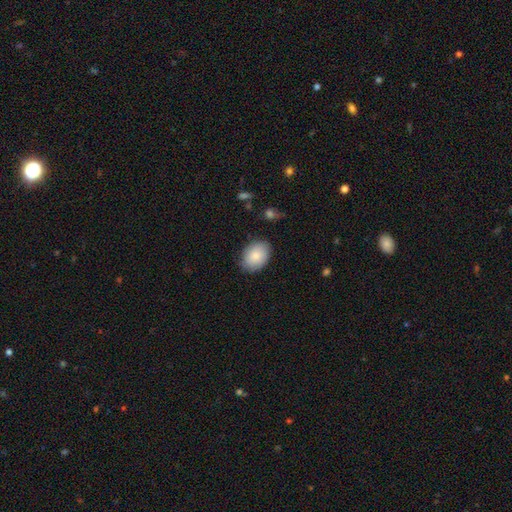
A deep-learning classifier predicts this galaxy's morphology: This is clearly a smooth galaxy (85%). How rounded: likely in between (76%). Merging: clearly none (82%).